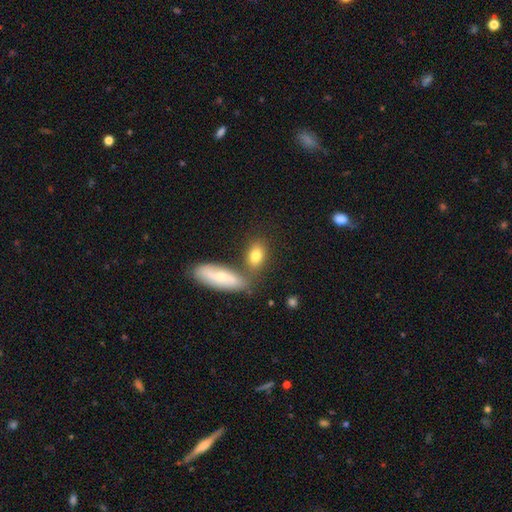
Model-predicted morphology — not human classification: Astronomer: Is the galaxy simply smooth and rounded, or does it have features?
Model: smooth — 78%.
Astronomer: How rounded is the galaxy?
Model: in between — 79%.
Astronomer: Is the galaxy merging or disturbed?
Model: none — 61%.